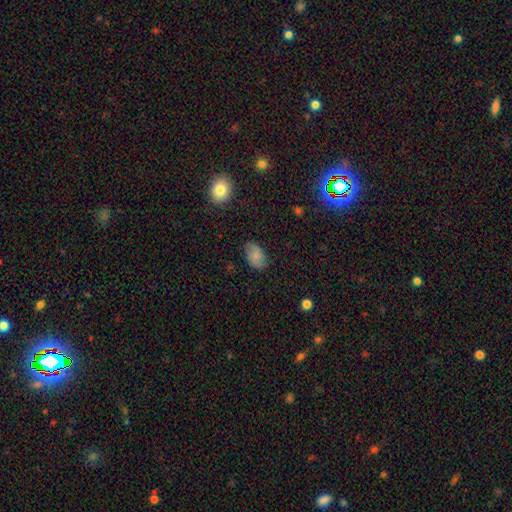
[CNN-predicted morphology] smooth-or-featured: smooth: 82% | featured or disk: 10% | star or artifact: 8%
  how-rounded: in between: 90% | round: 8% | cigar-shaped: 1%
  merging: none: 80% | minor disturbance: 16% | major disturbance: 3% | merger: 1%